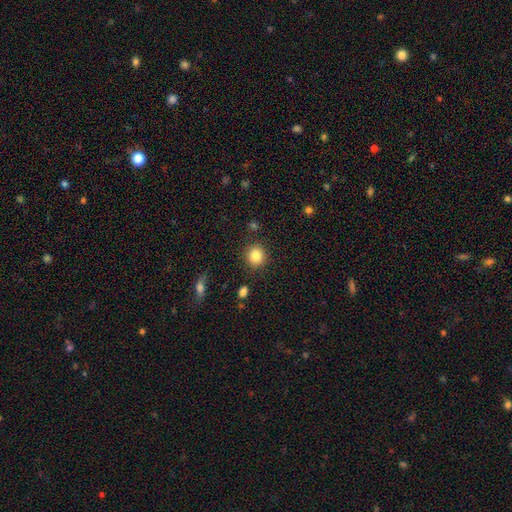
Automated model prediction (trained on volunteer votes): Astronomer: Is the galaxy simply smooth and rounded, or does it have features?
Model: smooth — 85%.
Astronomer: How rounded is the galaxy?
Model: round — 87%.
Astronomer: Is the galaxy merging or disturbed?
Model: none — 88%.